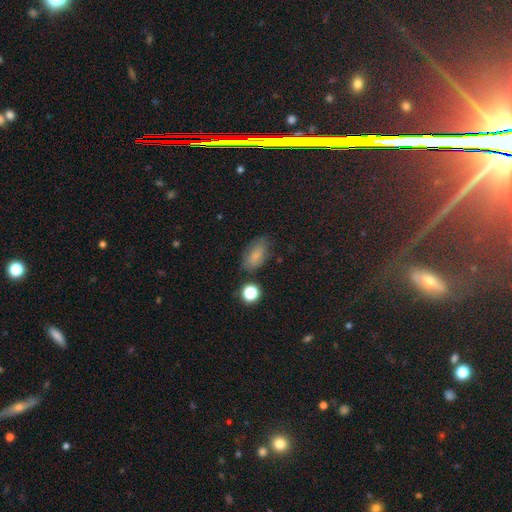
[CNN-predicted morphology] Overall: smooth (78%). How rounded: in between (88%). Merging: none (71%).